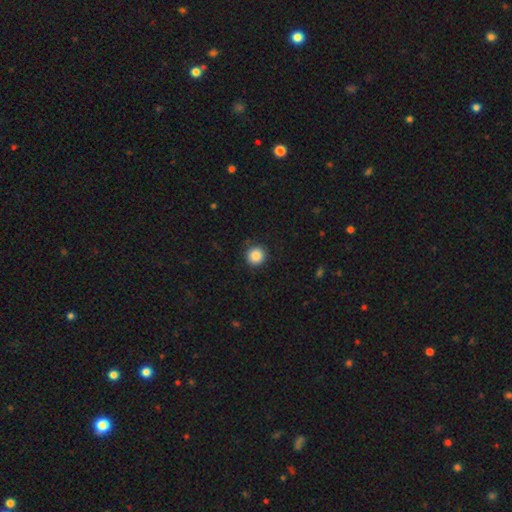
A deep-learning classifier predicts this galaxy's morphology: A smooth galaxy with no disk features (87%) that is round (94%). Merging: none (89%).